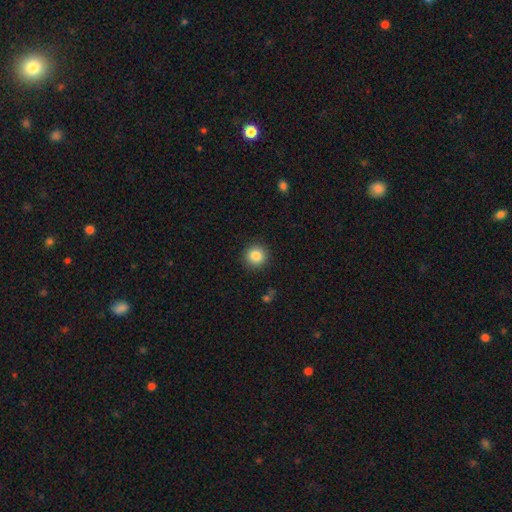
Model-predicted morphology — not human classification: smooth 86%, star or artifact 9%, featured or disk 5%. Down the decision tree: how rounded — round (94%); merging — none (91%).